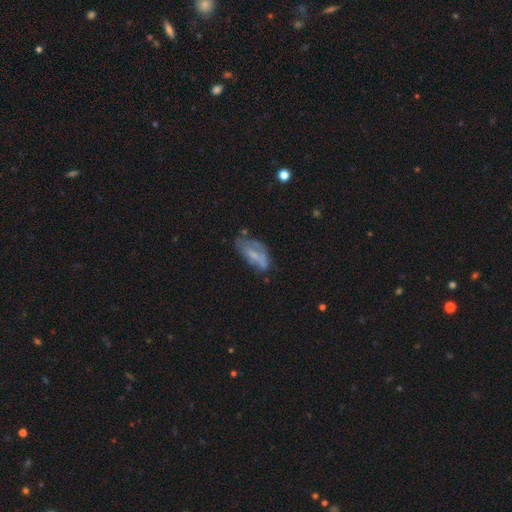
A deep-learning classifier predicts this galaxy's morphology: smooth 48%, featured or disk 43%, star or artifact 9%. Down the decision tree: merging — none (42%).